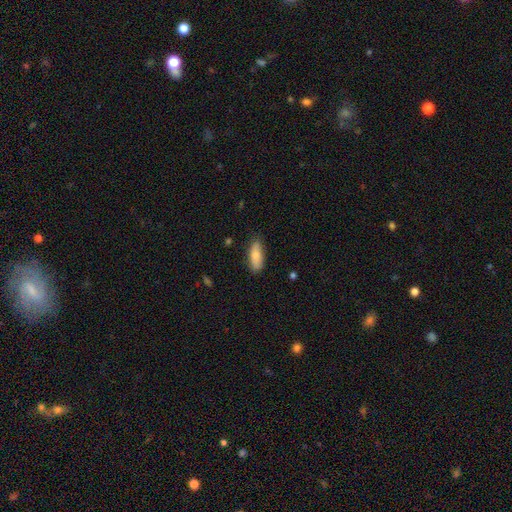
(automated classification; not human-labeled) smooth 81%, featured or disk 13%, star or artifact 6%. Down the decision tree: how rounded — in between (70%); merging — none (81%).